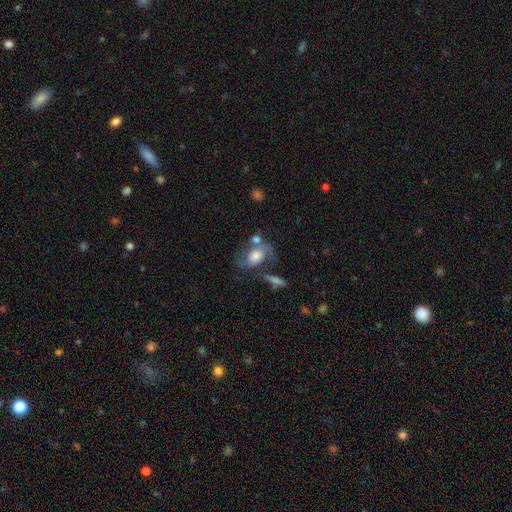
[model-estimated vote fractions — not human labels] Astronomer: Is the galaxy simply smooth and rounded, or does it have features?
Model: featured or disk — 74%.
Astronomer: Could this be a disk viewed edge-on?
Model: no — 96%.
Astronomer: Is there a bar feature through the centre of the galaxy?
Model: no — 63%.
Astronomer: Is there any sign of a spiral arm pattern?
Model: yes — 92%.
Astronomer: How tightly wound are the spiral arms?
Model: medium — 50% (runner-up: loose, 33%).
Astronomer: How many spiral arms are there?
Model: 2 — 87%.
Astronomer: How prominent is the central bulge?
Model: large — 39% (runner-up: moderate, 38%).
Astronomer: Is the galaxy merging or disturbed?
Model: none — 48%.